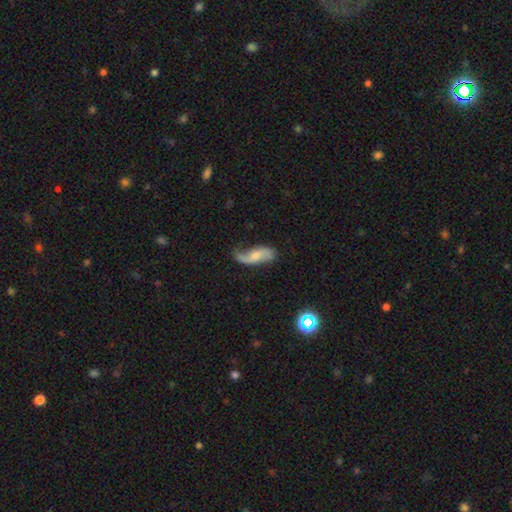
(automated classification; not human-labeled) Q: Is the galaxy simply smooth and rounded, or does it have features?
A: featured or disk — 64%.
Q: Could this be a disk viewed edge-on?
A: no — 91%.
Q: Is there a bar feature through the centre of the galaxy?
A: no — 60%.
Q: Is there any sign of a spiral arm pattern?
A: yes — 90%.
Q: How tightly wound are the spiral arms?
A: loose — 77%.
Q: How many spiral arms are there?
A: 2 — 80%.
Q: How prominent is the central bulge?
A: moderate — 46%.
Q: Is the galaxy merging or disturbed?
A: none — 53%.